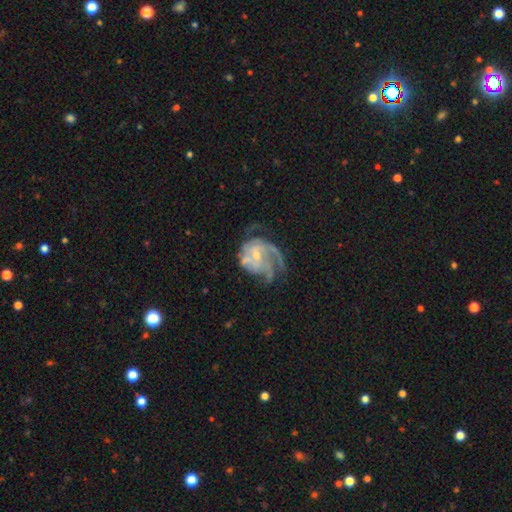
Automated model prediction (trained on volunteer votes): A featured or disk galaxy (83%) with no bar (60%), can't tell (28%, tied with 3) medium (42%) spiral arms (89%) and a small central bulge (62%).

Vote fractions:
- Smooth or featured? featured or disk: 83% / smooth: 10% / star or artifact: 7%
- Edge-on disk? no: 98% / yes: 2%
- Bar? no: 60% / weak: 34% / strong: 6%
- Spiral arms? yes: 89% / no: 11%
- Spiral winding? medium: 42% / tight: 34% / loose: 24%
- Spiral arm count? can't tell: 28% (tied) / 3: 28% (tied) / 2: 20% / 4: 11% / 1: 8% / more than 4: 6%
- Bulge size? small: 62% / moderate: 31% / none: 4% / large: 2% / dominant: 1%
- Merging? none: 40% / major disturbance: 34% / minor disturbance: 20% / merger: 5%